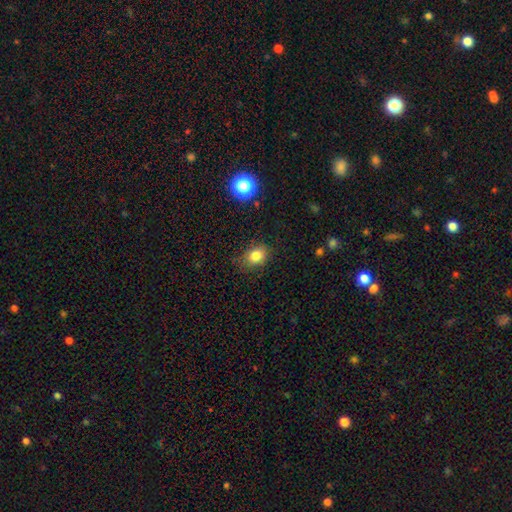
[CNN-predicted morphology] A smooth galaxy with no disk features (81%) that is in between round and cigar-shaped (62%). Merging: none (77%).